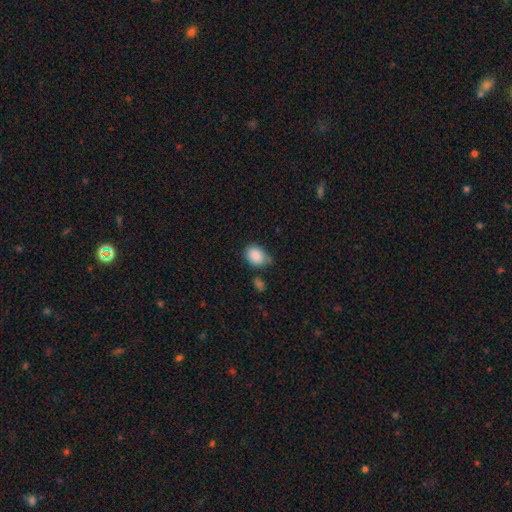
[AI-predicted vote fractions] smooth 88%, star or artifact 8%, featured or disk 4%. Down the decision tree: how rounded — in between (71%); merging — none (57%).